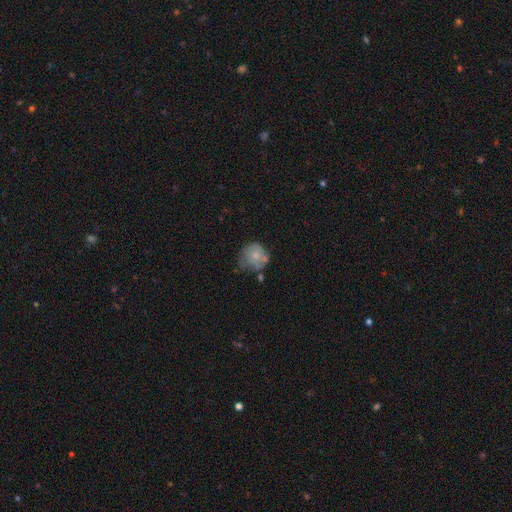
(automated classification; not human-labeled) Morphology: type=smooth (63%); roundness=round (80%); merging=none (43%).